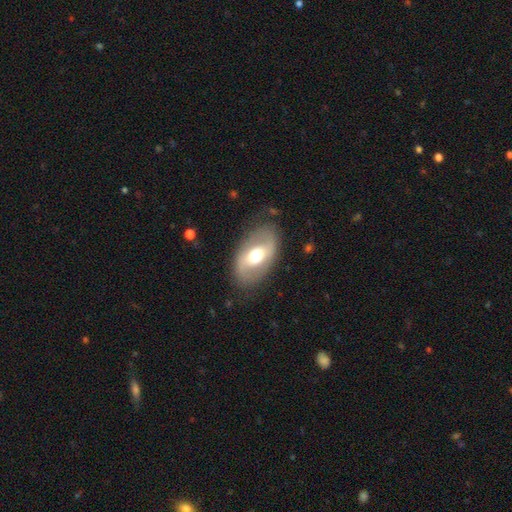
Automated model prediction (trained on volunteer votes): smooth-or-featured: featured or disk: 60% | smooth: 34% | star or artifact: 6%
  disk-edge-on: no: 93% | yes: 7%
    bar: no: 38% | weak: 37% | strong: 25%
    has-spiral-arms: yes: 58% | no: 42%
    bulge-size: moderate: 61% | large: 30% | small: 5% | dominant: 3% | none: 1%
  merging: none: 78% | minor disturbance: 14% | major disturbance: 7% | merger: 1%